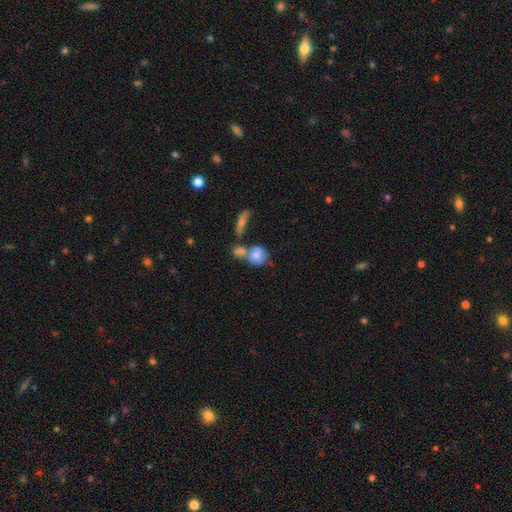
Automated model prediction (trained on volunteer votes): A smooth galaxy with no disk features (69%) that is round (63%).

Vote fractions:
- Smooth or featured? smooth: 69% / featured or disk: 22% / star or artifact: 9%
- How rounded? round: 63% / in between: 33% / cigar-shaped: 3%
- Merging? merger: 49% / none: 31% / minor disturbance: 12% / major disturbance: 7%